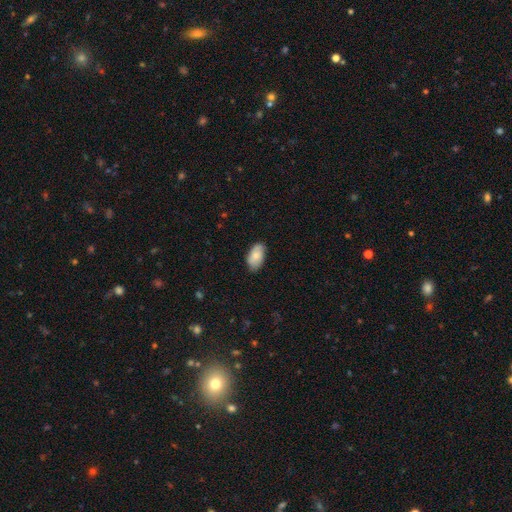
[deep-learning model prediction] This is likely a smooth galaxy (75%). How rounded: clearly in between (94%). Merging: likely none (78%).